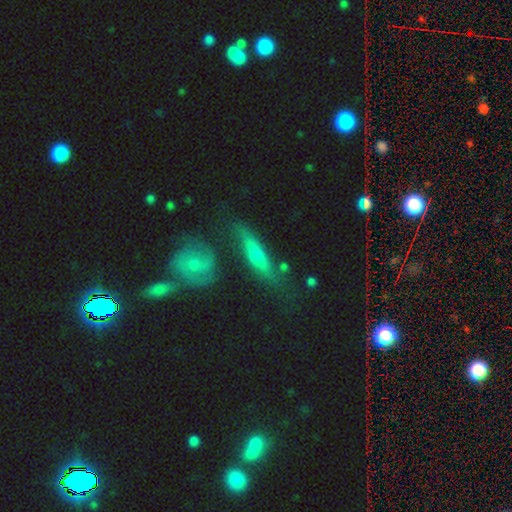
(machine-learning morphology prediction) This is likely a featured or disk galaxy (62%). It is likely viewed edge-on (77%). Merging: likely none (66%).